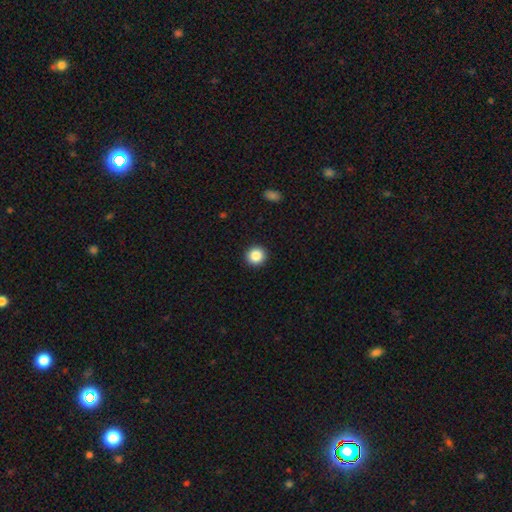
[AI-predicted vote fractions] Overall: smooth (86%). How rounded: round (93%). Merging: none (93%).